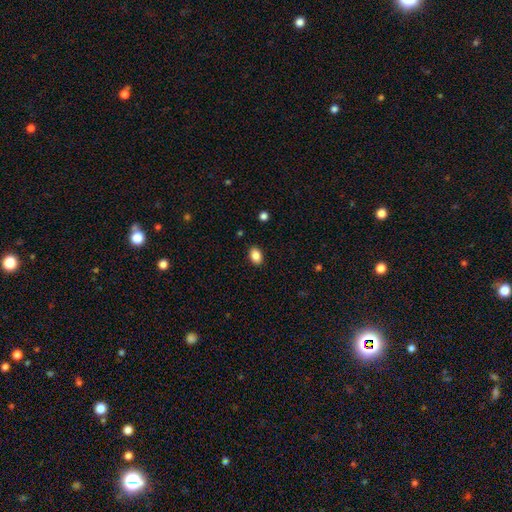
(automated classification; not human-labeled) Q: Smooth or featured?
A: smooth (87%); runner-up: star or artifact (8%)
Q: How rounded?
A: in between (82%); runner-up: round (17%)
Q: Merging?
A: none (89%); runner-up: minor disturbance (8%)